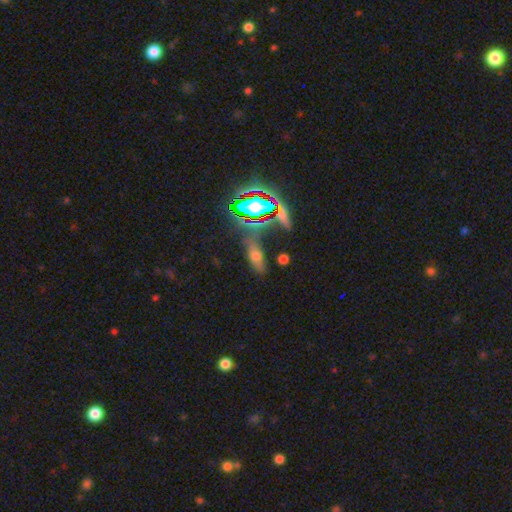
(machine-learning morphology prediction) Smooth or featured?
  - smooth: 44% *
  - star or artifact: 33%
  - featured or disk: 23%
Merging?
  - none: 62% *
  - minor disturbance: 20%
  - major disturbance: 10%
  - merger: 8%